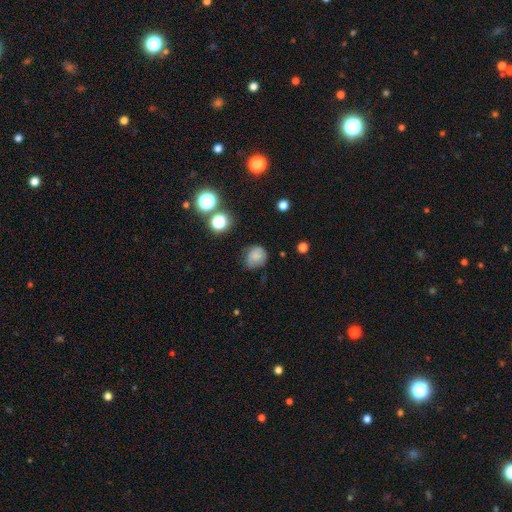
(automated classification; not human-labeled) smooth 68%, featured or disk 19%, star or artifact 13%. Down the decision tree: how rounded — round (78%); merging — none (57%).